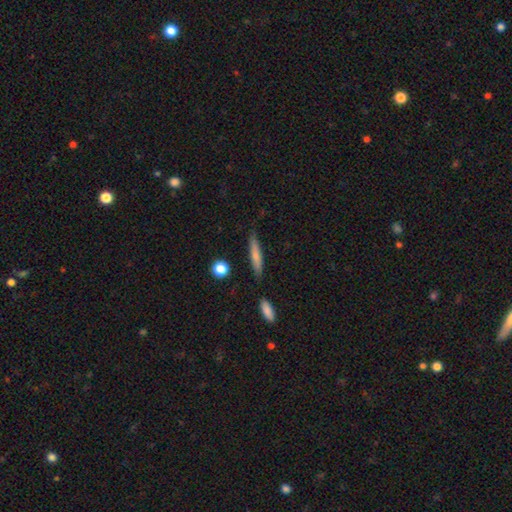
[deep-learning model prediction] Smooth or featured? Predicted: smooth (p=0.72). How rounded? Predicted: cigar-shaped (p=0.88). Merging? Predicted: none (p=0.81).